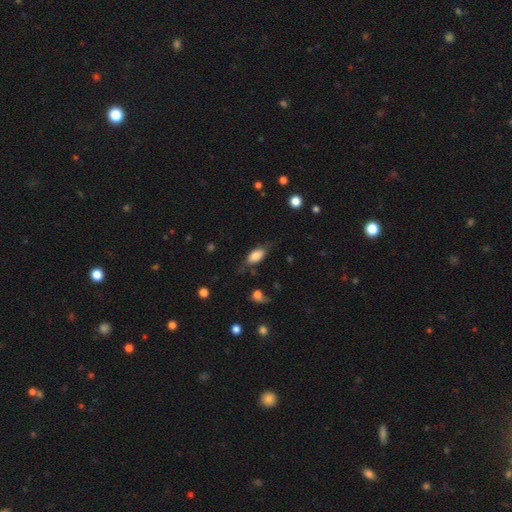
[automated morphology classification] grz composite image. It shows a smooth galaxy with no disk features (75%) that is in between round and cigar-shaped (86%). Merging: none (61%).